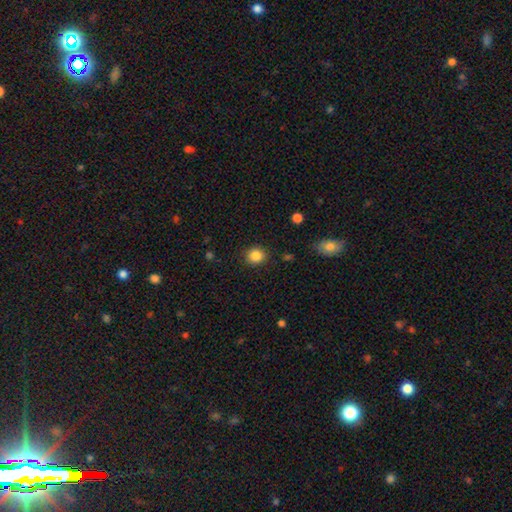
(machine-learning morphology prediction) Q: Smooth or featured?
A: smooth (85%); runner-up: star or artifact (10%)
Q: How rounded?
A: round (84%); runner-up: in between (15%)
Q: Merging?
A: none (88%); runner-up: minor disturbance (8%)